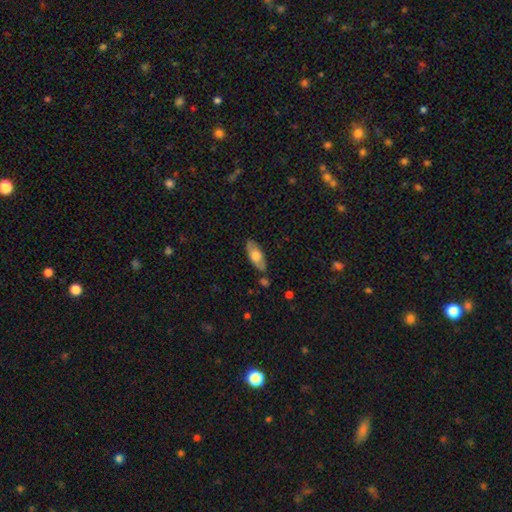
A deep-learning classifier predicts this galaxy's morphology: A smooth galaxy with no disk features (60%) that is in between round and cigar-shaped (82%). Merging: none (80%).